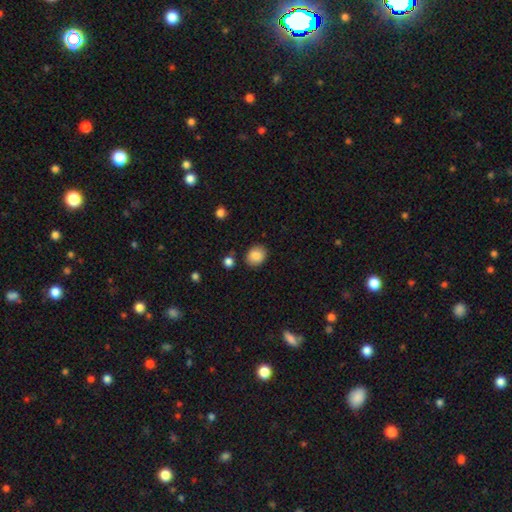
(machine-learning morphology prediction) Q: Smooth or featured?
A: smooth (87%); runner-up: star or artifact (8%)
Q: How rounded?
A: round (62%); runner-up: in between (37%)
Q: Merging?
A: none (85%); runner-up: minor disturbance (10%)